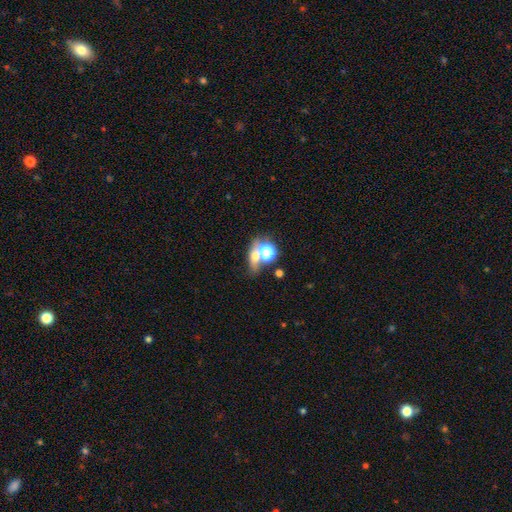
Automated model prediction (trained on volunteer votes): smooth_or_featured: smooth (p=0.59) [alt: star or artifact p=0.22]
how_rounded: in between (p=0.47) [alt: round p=0.45]
merging: merger (p=0.41) [tied with: none p=0.41]